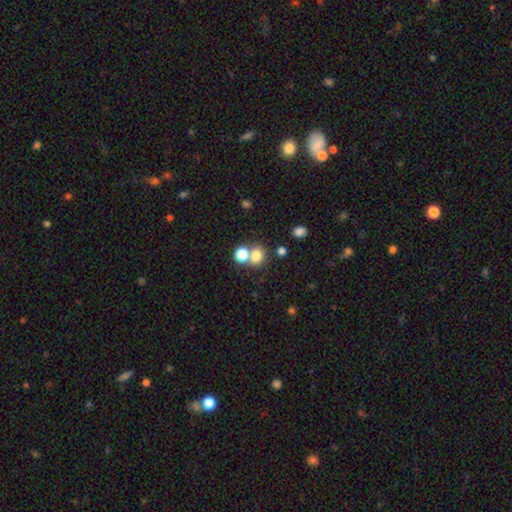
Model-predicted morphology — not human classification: This appears to be a smooth galaxy with no disk features (77%) that is round (71%). Merging: none (54%).